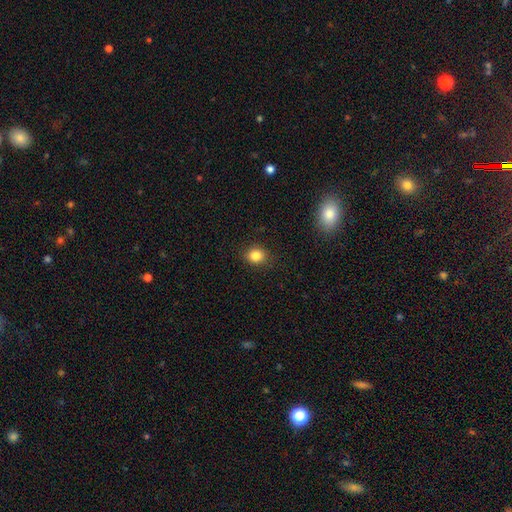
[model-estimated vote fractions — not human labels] A smooth galaxy with no disk features (84%) that is round (75%). Merging: none (89%).